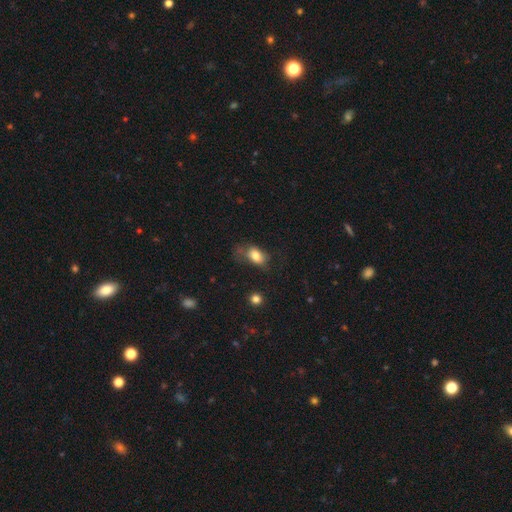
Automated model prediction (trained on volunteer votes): A smooth galaxy with no disk features (79%) that is in between round and cigar-shaped (83%). Merging: none (42%).